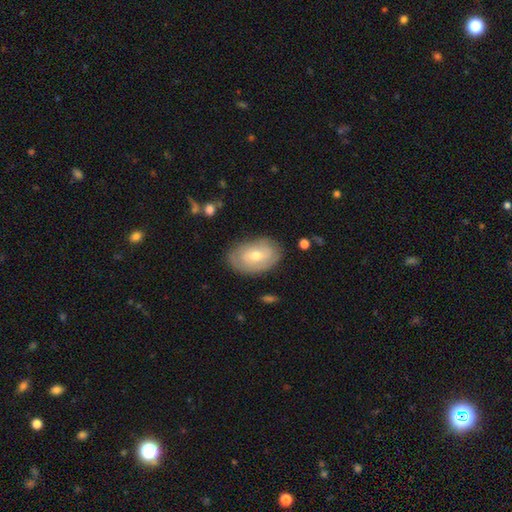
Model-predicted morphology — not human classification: Smooth or featured? featured or disk (49%)
Merging? none (75%)